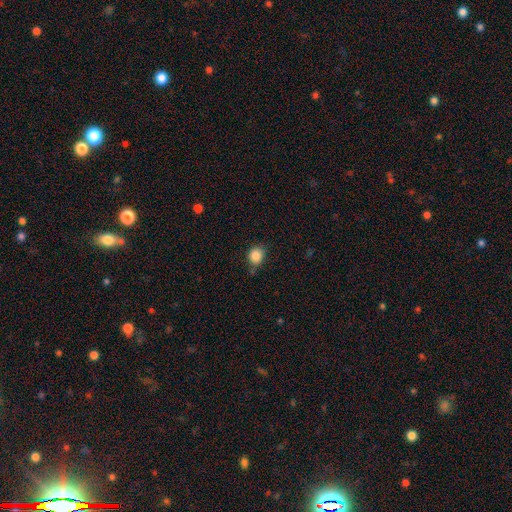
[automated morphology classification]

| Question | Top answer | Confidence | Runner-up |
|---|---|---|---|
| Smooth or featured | smooth | 85% | star or artifact (10%) |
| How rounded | round | 77% | in between (22%) |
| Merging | none | 70% | minor disturbance (22%) |